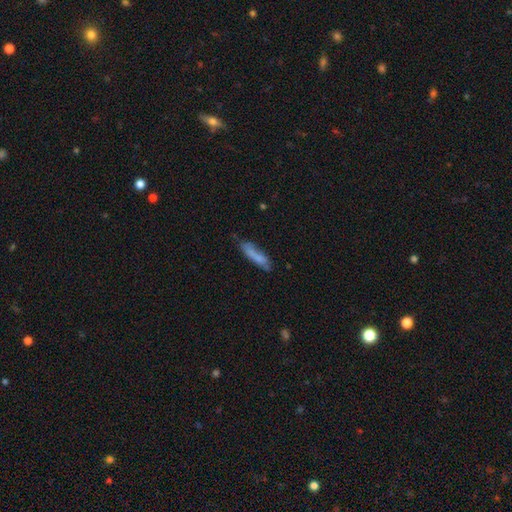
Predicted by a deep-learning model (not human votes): Smooth or featured?
  - smooth: 73% *
  - featured or disk: 20%
  - star or artifact: 7%
How rounded?
  - cigar-shaped: 79% *
  - in between: 20%
  - round: 2%
Merging?
  - none: 65% *
  - minor disturbance: 24%
  - major disturbance: 6%
  - merger: 4%